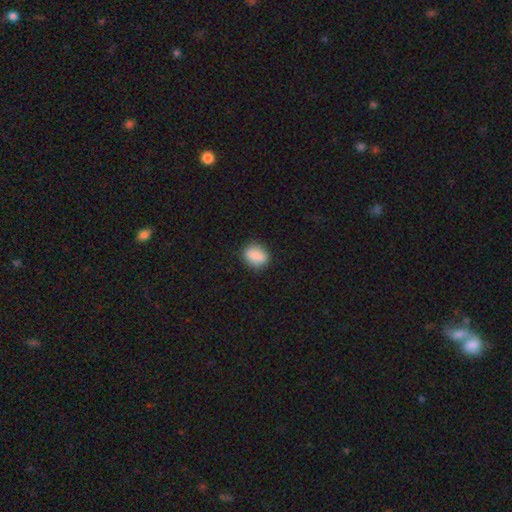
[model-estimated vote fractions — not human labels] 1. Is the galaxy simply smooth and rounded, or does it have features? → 86% smooth, 8% star or artifact, 6% featured or disk.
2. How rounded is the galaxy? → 59% in between, 38% round, 3% cigar-shaped.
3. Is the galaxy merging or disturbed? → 85% none, 11% minor disturbance, 3% major disturbance, 1% merger.